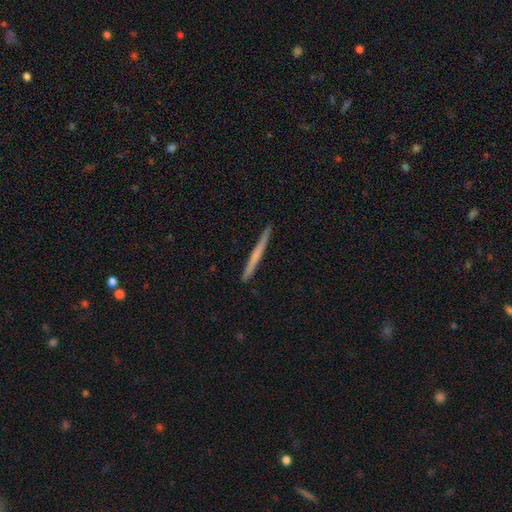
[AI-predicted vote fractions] smooth_or_featured: smooth (p=0.49) [alt: featured or disk p=0.46]
merging: none (p=0.92) [alt: minor disturbance p=0.06]